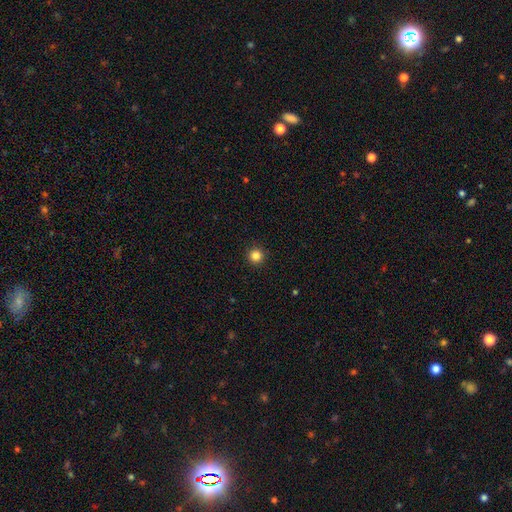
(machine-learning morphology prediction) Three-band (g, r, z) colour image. It shows a smooth galaxy with no disk features (84%) that is round (96%). Merging: none (93%).